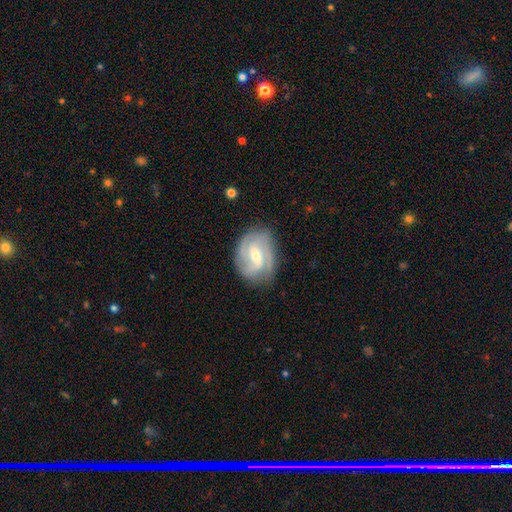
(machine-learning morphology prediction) smooth-or-featured: featured or disk: 81% | smooth: 14% | star or artifact: 5%
  disk-edge-on: no: 97% | yes: 3%
    bar: weak: 53% | no: 24% | strong: 23%
    has-spiral-arms: yes: 94% | no: 6%
      spiral-winding: medium: 46% | tight: 37% | loose: 17%
      spiral-arm-count: 2: 44% | 3: 28% | can't tell: 16% | 4: 5% | 1: 4% | more than 4: 3%
    bulge-size: small: 51% | moderate: 46% | large: 2% | none: 1% | dominant: 1%
  merging: none: 76% | minor disturbance: 17% | major disturbance: 6% | merger: 1%